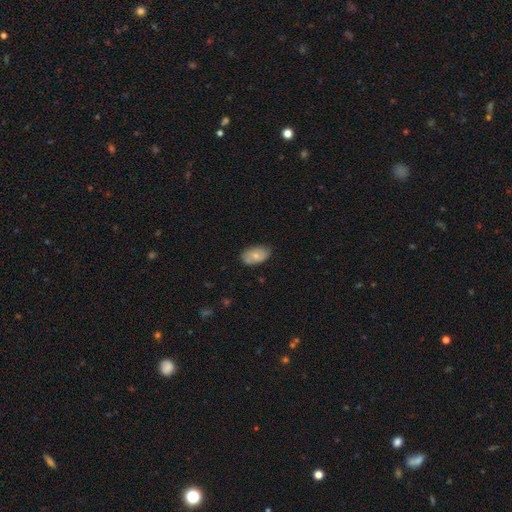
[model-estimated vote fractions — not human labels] Overall: smooth (68%). How rounded: in between (93%). Merging: none (78%).